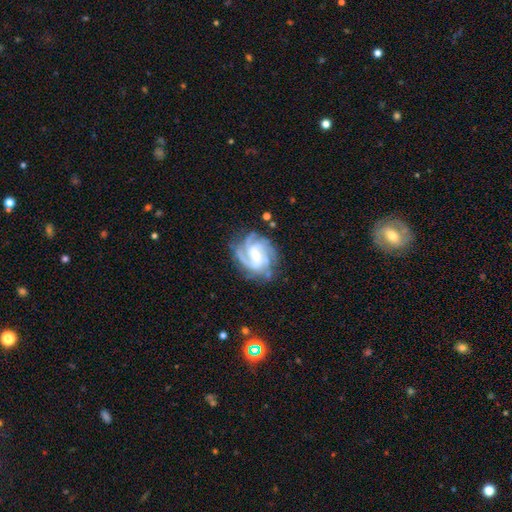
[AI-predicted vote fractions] This appears to be a featured or disk galaxy (89%) with a weak bar (47%), 3 (37%) tight (53%) spiral arms (98%) and a small central bulge (43%). Merging: none (73%).